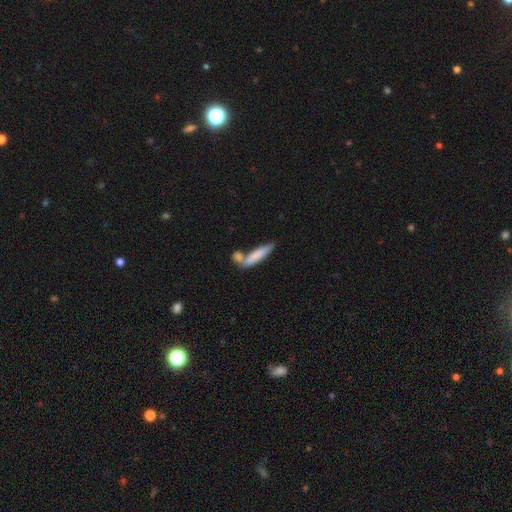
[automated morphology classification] smooth 75%, featured or disk 19%, star or artifact 6%. Down the decision tree: how rounded — cigar-shaped (77%); merging — none (45%).